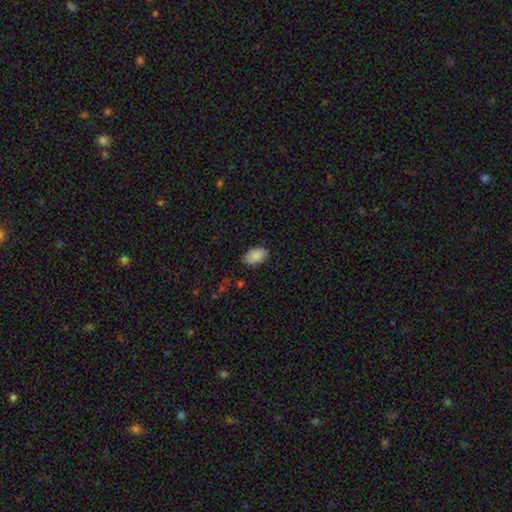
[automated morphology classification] This is clearly a smooth galaxy (88%). How rounded: clearly in between (93%). Merging: clearly none (84%).